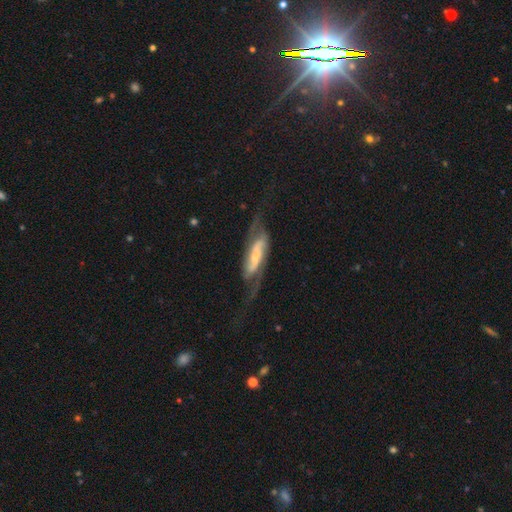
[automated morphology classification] Q: Smooth or featured?
A: featured or disk (80%); runner-up: smooth (15%)
Q: Edge-on disk?
A: no (84%); runner-up: yes (16%)
Q: Bar?
A: strong (40%); runner-up: weak (37%)
Q: Spiral arms?
A: yes (93%); runner-up: no (7%)
Q: Spiral winding?
A: loose (45%); runner-up: medium (39%)
Q: Spiral arm count?
A: 2 (84%); runner-up: can't tell (7%)
Q: Bulge size?
A: moderate (38%); tied with: small (38%)
Q: Merging?
A: none (53%); runner-up: major disturbance (25%)